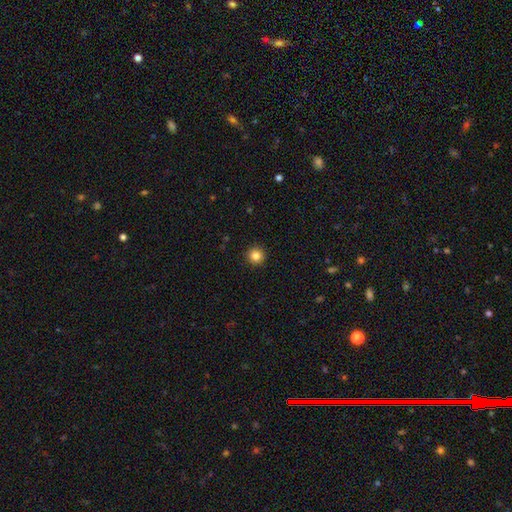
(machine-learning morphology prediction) A smooth galaxy with no disk features (83%) that is round (96%). Merging: none (93%).